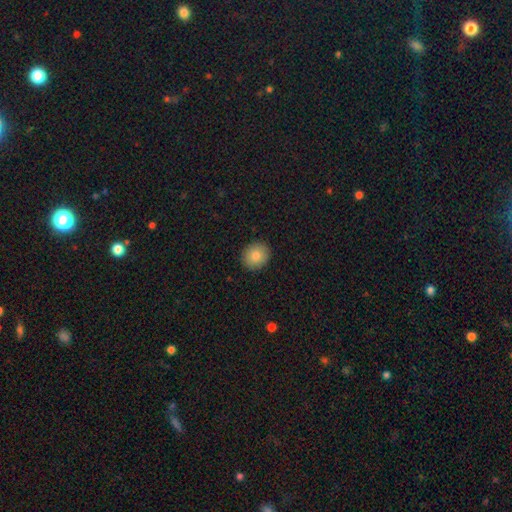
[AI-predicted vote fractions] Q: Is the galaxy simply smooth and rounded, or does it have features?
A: smooth — 84%.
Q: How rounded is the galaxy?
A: round — 74%.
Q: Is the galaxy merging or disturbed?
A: none — 91%.